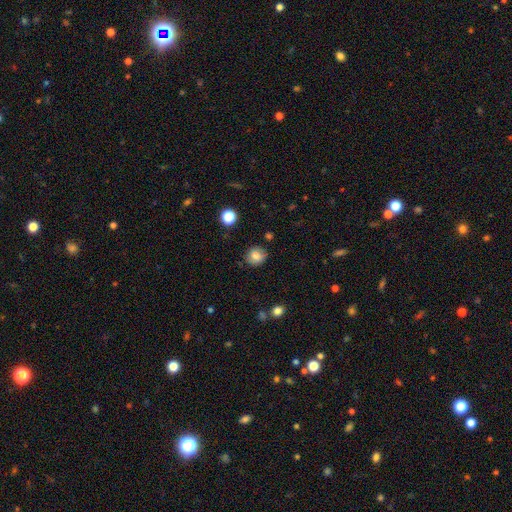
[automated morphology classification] type=smooth (80%); roundness=round (83%); merging=none (84%).